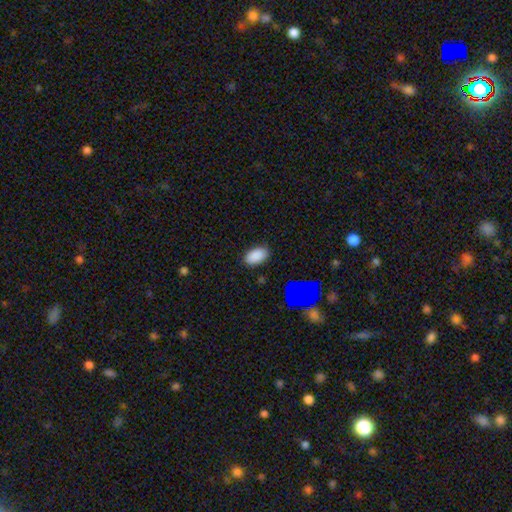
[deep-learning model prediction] smooth 84%, star or artifact 11%, featured or disk 5%. Down the decision tree: how rounded — in between (93%); merging — none (87%).